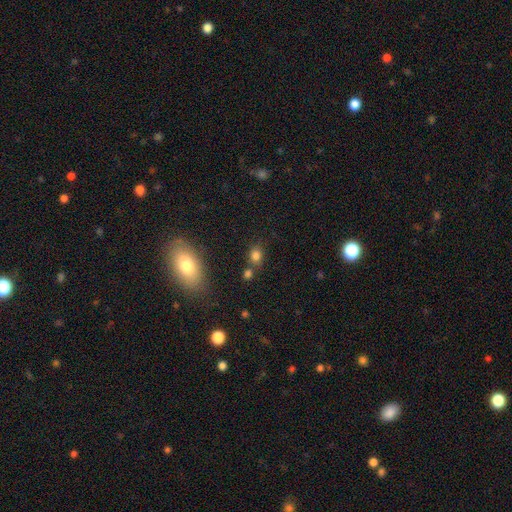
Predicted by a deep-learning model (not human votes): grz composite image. It shows a smooth galaxy with no disk features (78%) that is round (50%). Merging: none (66%).